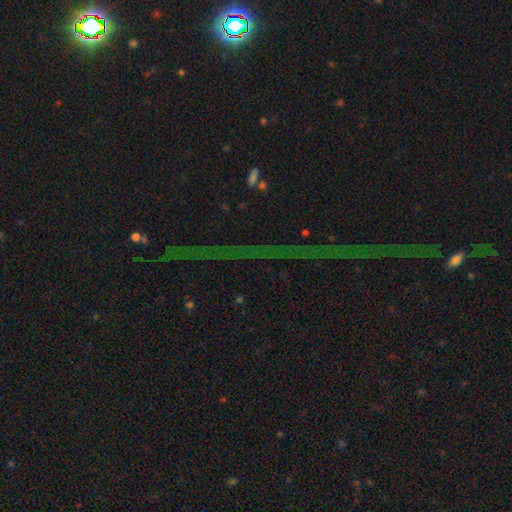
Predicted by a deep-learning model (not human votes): The model was most divided on "smooth or featured": star or artifact: 80%, featured or disk: 11%, smooth: 9%.